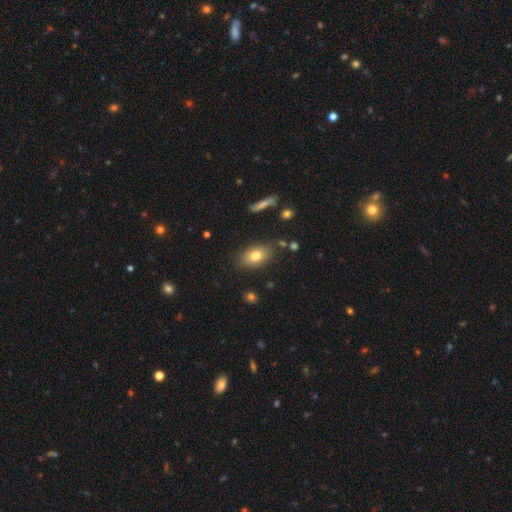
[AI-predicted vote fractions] smooth_or_featured: smooth (p=0.78) [alt: featured or disk p=0.13]
how_rounded: in between (p=0.84) [alt: round p=0.12]
merging: none (p=0.81) [alt: minor disturbance p=0.12]